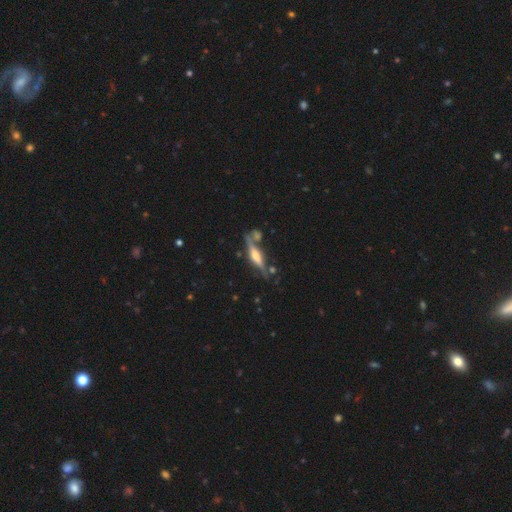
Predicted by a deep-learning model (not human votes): A featured or disk galaxy (74%) viewed edge-on (95%) with a rounded central bulge (82%).

Vote fractions:
- Smooth or featured? featured or disk: 74% / smooth: 20% / star or artifact: 6%
- Edge-on disk? yes: 95% / no: 5%
- Edge-on bulge? rounded: 82% / boxy: 13% / none: 5%
- Merging? none: 68% / minor disturbance: 14% / merger: 13% / major disturbance: 5%